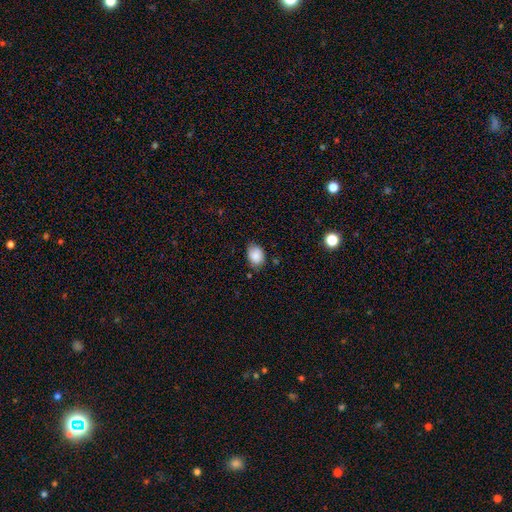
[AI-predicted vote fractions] A smooth galaxy with no disk features (85%) that is in between round and cigar-shaped (73%).

Vote fractions:
- Smooth or featured? smooth: 85% / star or artifact: 8% / featured or disk: 7%
- How rounded? in between: 73% / round: 26% / cigar-shaped: 1%
- Merging? none: 67% / minor disturbance: 26% / major disturbance: 5% / merger: 2%